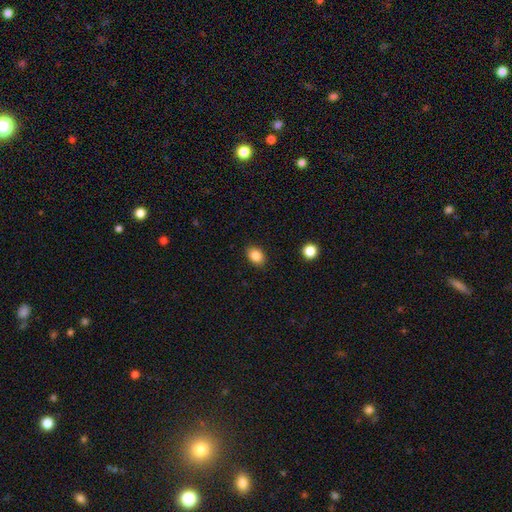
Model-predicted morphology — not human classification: smooth-or-featured: smooth: 85% | star or artifact: 9% | featured or disk: 5%
  how-rounded: in between: 70% | round: 29% | cigar-shaped: 1%
  merging: none: 88% | minor disturbance: 9% | major disturbance: 2% | merger: 1%